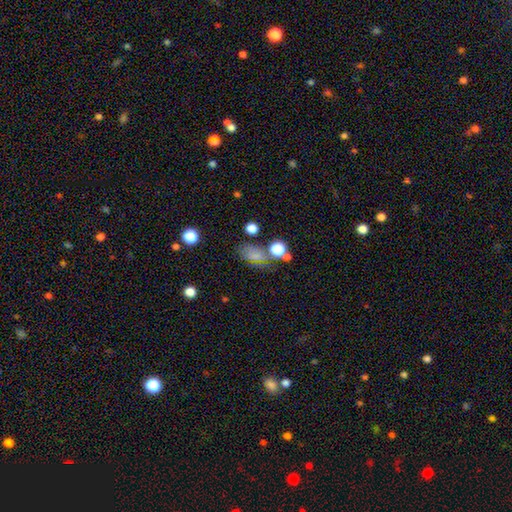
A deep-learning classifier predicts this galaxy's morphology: A smooth galaxy with no disk features (66%) that is in between round and cigar-shaped (75%).

Vote fractions:
- Smooth or featured? smooth: 66% / star or artifact: 21% / featured or disk: 13%
- How rounded? in between: 75% / round: 22% / cigar-shaped: 3%
- Merging? none: 56% / minor disturbance: 19% / merger: 13% / major disturbance: 12%